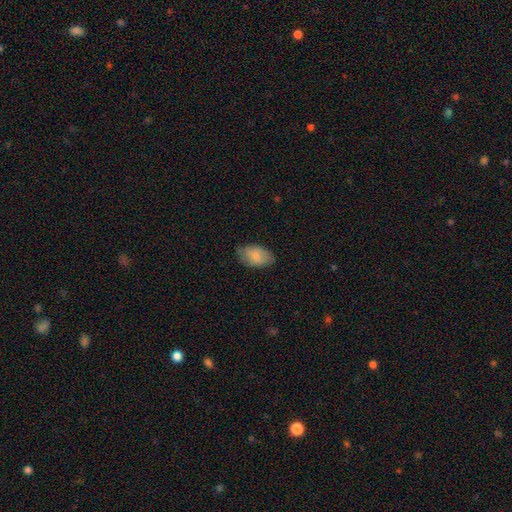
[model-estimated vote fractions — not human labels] smooth_or_featured: smooth (p=0.77) [alt: featured or disk p=0.16]
how_rounded: in between (p=0.92) [alt: round p=0.07]
merging: none (p=0.75) [alt: minor disturbance p=0.20]